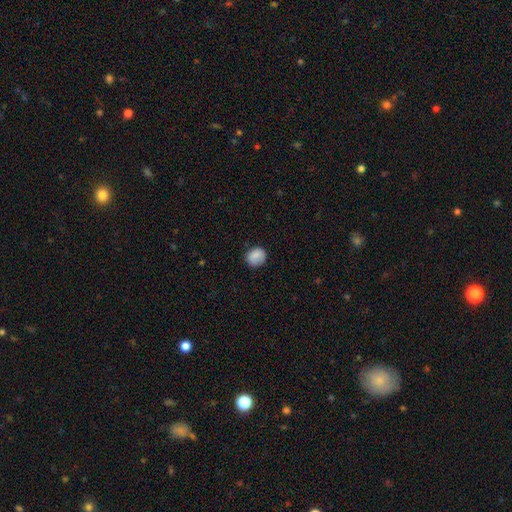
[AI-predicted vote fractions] The model was most divided on "how rounded": round: 67%, in between: 32%, cigar-shaped: 1%. More confident: smooth or featured — smooth (86%); merging — none (77%).